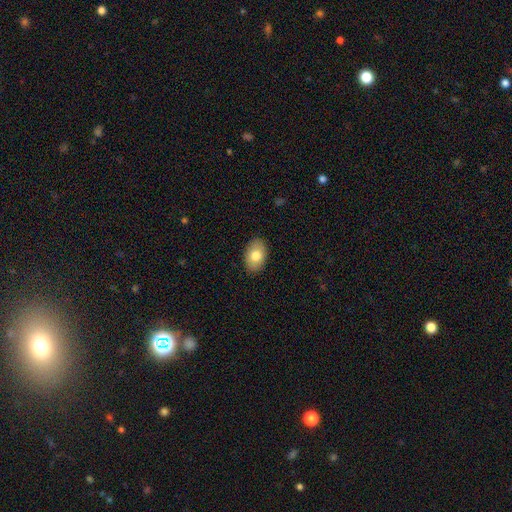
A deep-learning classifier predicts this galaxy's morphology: A smooth galaxy with no disk features (80%) that is in between round and cigar-shaped (88%). Merging: none (89%).